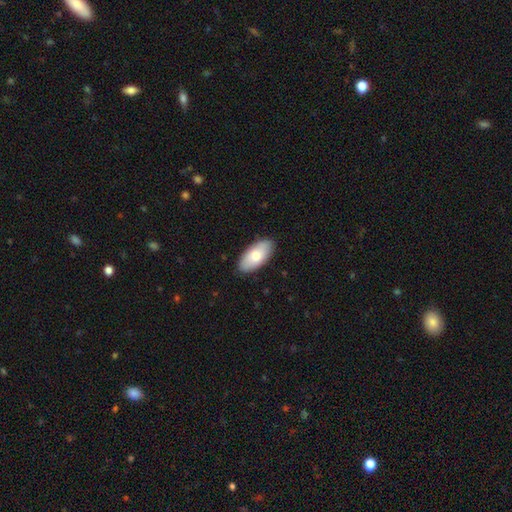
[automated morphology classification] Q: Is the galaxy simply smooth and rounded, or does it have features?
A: smooth — 78%.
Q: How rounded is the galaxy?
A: in between — 93%.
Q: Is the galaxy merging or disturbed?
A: none — 88%.